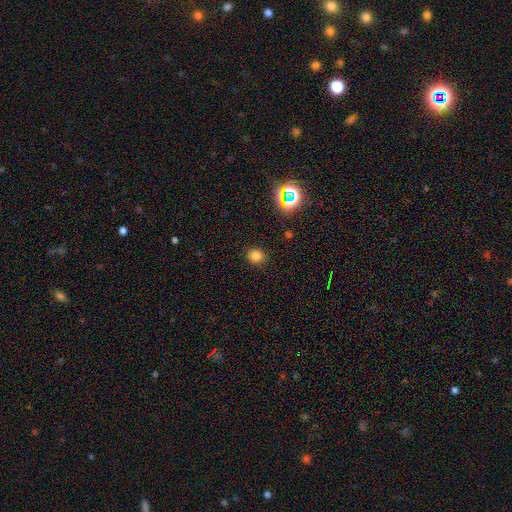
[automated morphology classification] type=smooth (78%); roundness=round (81%); merging=none (88%).